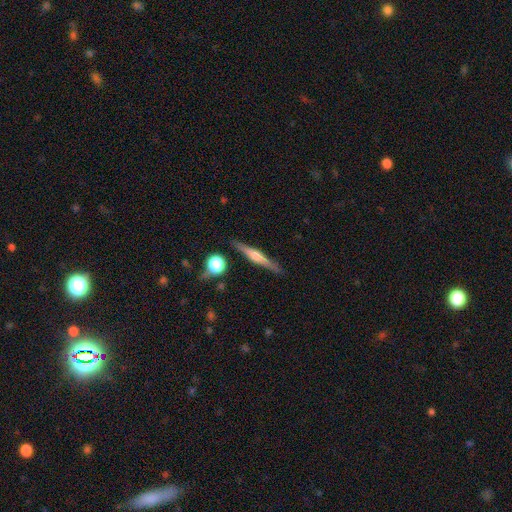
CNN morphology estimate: This is likely a featured or disk galaxy (69%). It is clearly viewed edge-on (98%). Edge-on bulge: clearly rounded (81%). Merging: clearly none (88%).